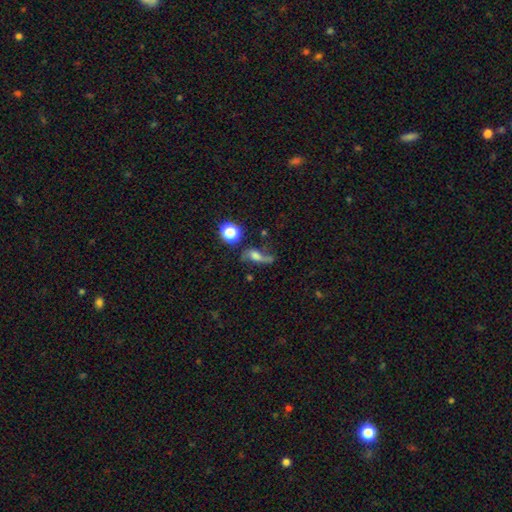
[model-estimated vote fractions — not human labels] Morphology: type=featured or disk (46%); merging=none (45%).